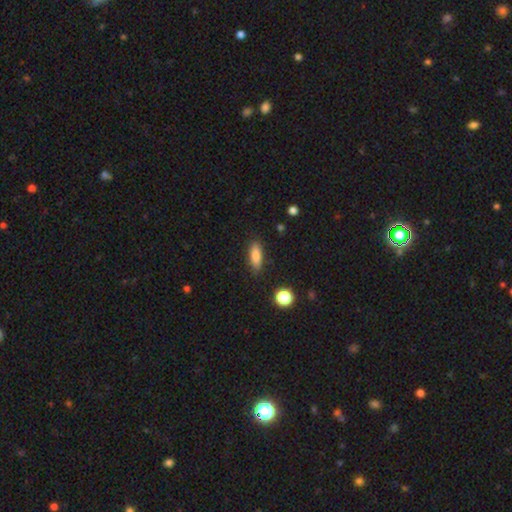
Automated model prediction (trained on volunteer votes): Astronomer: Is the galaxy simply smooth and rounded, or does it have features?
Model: smooth — 80%.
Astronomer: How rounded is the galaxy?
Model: in between — 61%.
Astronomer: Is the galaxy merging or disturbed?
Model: none — 85%.